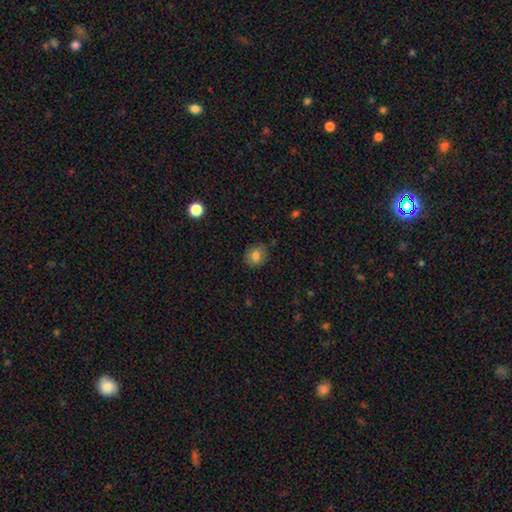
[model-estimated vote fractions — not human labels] Smooth or featured? smooth (82%)
How rounded? round (74%)
Merging? none (83%)